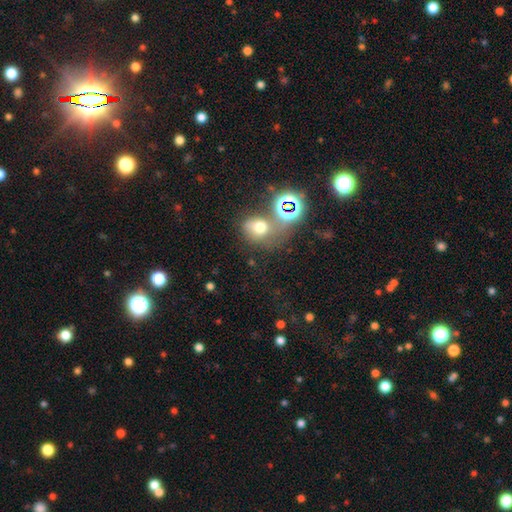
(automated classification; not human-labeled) smooth_or_featured: star or artifact (p=0.56) [alt: smooth p=0.33]